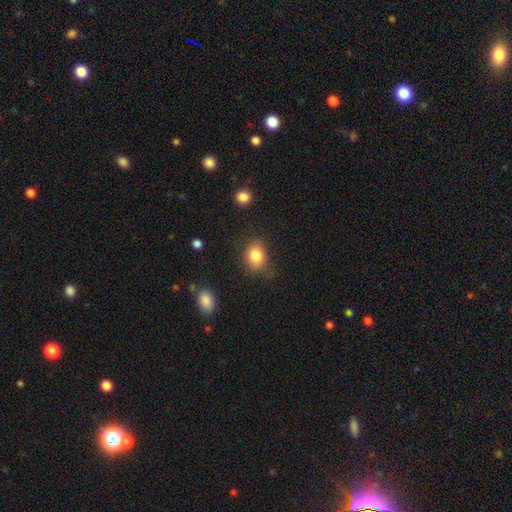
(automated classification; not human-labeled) smooth 83%, star or artifact 10%, featured or disk 7%. Down the decision tree: how rounded — round (50%); merging — none (71%).